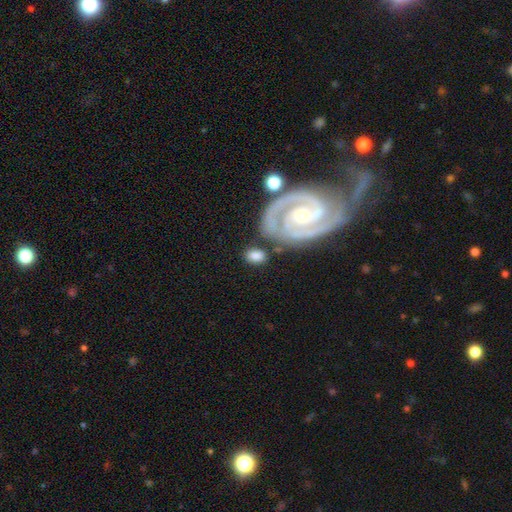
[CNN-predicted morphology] Smooth or featured? Predicted: smooth (p=0.67). How rounded? Predicted: in between (p=0.78). Merging? Predicted: none (p=0.69).